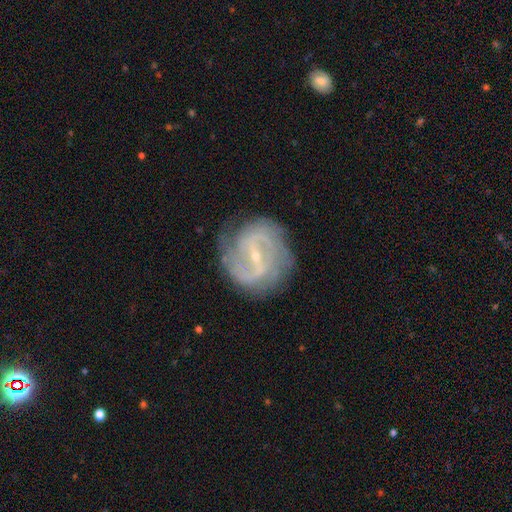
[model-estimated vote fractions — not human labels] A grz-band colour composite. It shows a featured or disk galaxy (86%) with a strong bar (44%), 2 (68%) medium (46%) spiral arms (94%) and a small central bulge (80%). Merging: none (77%).